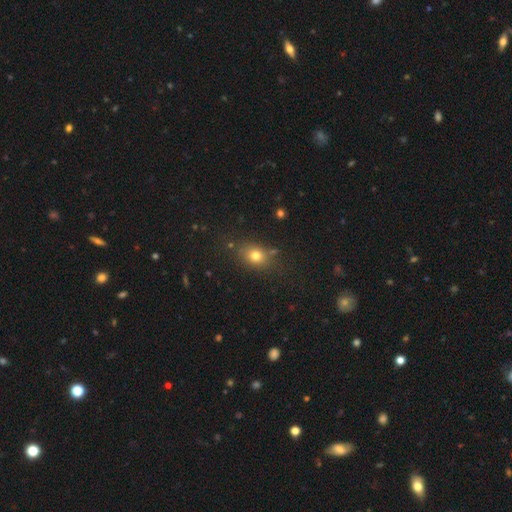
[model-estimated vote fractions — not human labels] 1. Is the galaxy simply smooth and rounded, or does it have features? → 75% smooth, 14% star or artifact, 10% featured or disk.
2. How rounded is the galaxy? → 56% in between, 42% round, 2% cigar-shaped.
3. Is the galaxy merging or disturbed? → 78% none, 14% minor disturbance, 5% major disturbance, 4% merger.